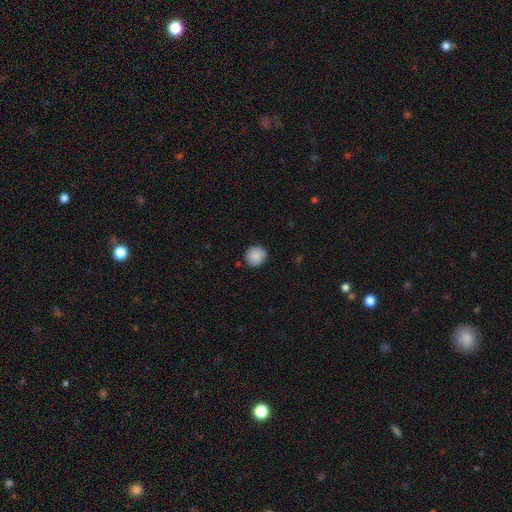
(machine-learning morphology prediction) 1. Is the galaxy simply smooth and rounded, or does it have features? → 86% smooth, 8% star or artifact, 6% featured or disk.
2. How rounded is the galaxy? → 88% round, 11% in between, 1% cigar-shaped.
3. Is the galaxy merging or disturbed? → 86% none, 10% minor disturbance, 2% major disturbance, 1% merger.